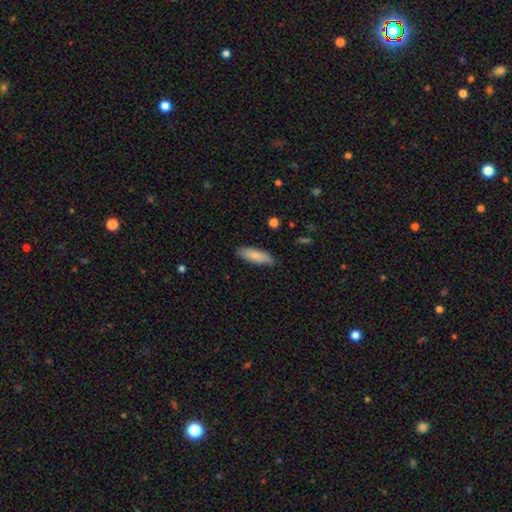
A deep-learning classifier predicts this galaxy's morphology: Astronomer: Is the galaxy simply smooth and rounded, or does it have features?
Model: smooth — 83%.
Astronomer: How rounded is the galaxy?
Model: in between — 57% (runner-up: cigar-shaped, 41%).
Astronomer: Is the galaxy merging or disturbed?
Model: none — 82%.